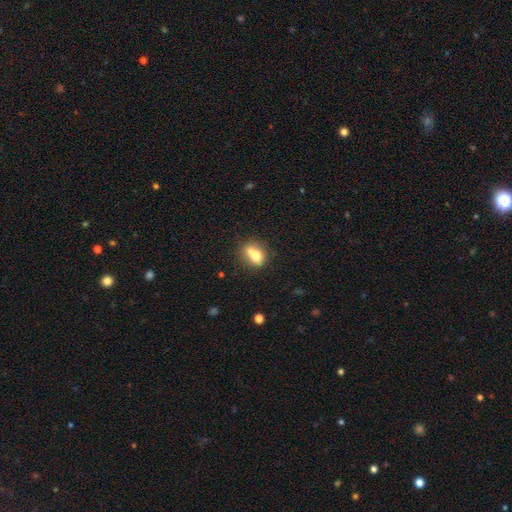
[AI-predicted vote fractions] Q: Smooth or featured?
A: smooth (69%); runner-up: featured or disk (21%)
Q: How rounded?
A: in between (50%); runner-up: round (48%)
Q: Merging?
A: merger (53%); runner-up: none (33%)